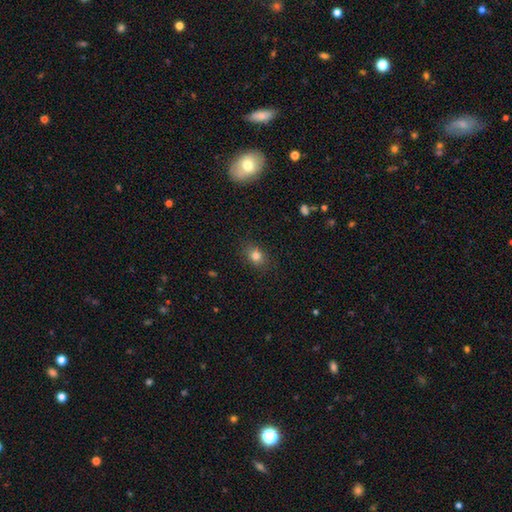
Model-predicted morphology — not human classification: A smooth galaxy with no disk features (80%) that is in between round and cigar-shaped (50%).

Vote fractions:
- Smooth or featured? smooth: 80% / star or artifact: 13% / featured or disk: 7%
- How rounded? in between: 50% / round: 49% / cigar-shaped: 1%
- Merging? none: 84% / minor disturbance: 12% / major disturbance: 3% / merger: 1%